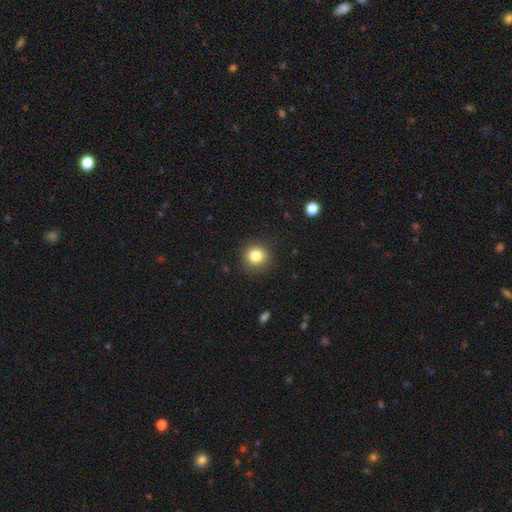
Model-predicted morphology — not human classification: type=smooth (83%); roundness=round (92%); merging=none (89%).